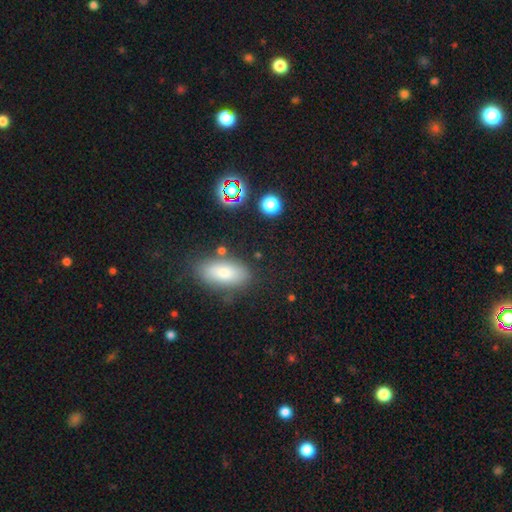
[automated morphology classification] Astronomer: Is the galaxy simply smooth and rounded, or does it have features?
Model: smooth — 64%.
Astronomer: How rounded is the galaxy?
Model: in between — 78%.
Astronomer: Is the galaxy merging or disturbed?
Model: none — 81%.